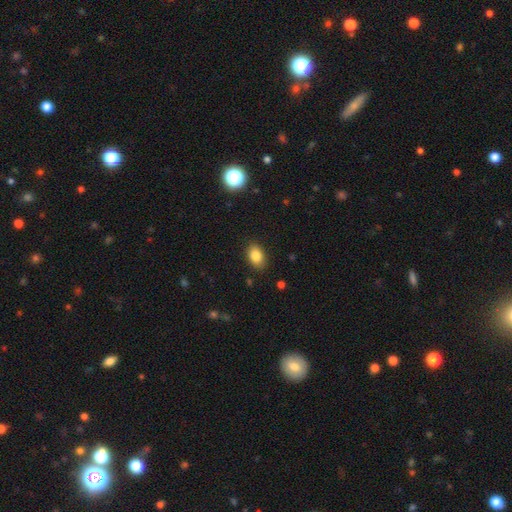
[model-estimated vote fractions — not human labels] This appears to be a smooth galaxy with no disk features (84%) that is in between round and cigar-shaped (84%). Merging: none (86%).